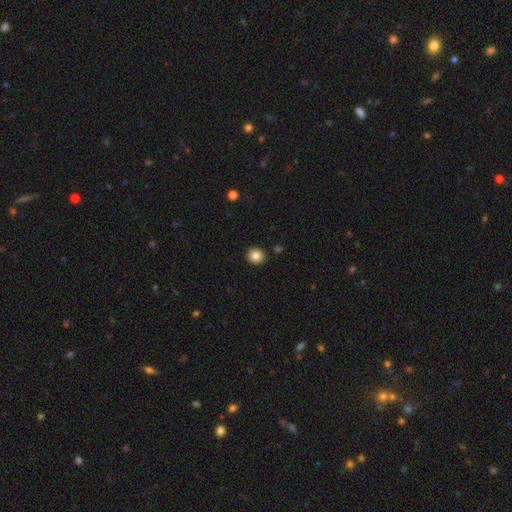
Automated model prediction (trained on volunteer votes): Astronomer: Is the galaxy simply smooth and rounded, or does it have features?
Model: smooth — 85%.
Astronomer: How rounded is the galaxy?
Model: round — 87%.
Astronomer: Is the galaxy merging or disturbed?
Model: none — 91%.